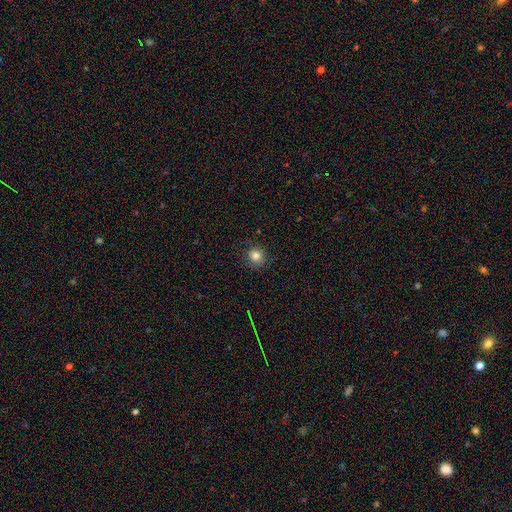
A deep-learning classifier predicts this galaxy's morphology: A smooth galaxy with no disk features (80%) that is round (92%). Merging: none (85%).